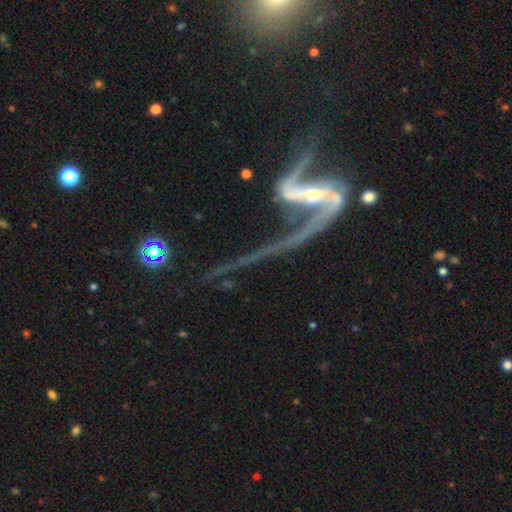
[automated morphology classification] Smooth or featured? Predicted: featured or disk (p=0.87). Edge-on disk? Predicted: no (p=0.90). Bar? Predicted: strong (p=0.47). Spiral arms? Predicted: yes (p=0.91). Spiral winding? Predicted: loose (p=0.81). Spiral arm count? Predicted: 2 (p=0.81). Bulge size? Predicted: small (p=0.68). Merging? Predicted: major disturbance (p=0.37).